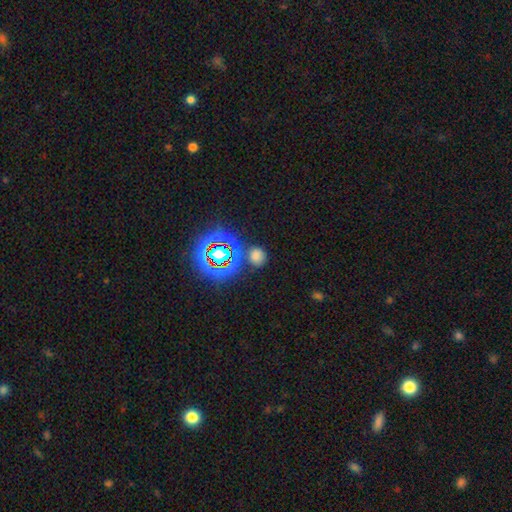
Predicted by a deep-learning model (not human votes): A smooth galaxy with no disk features (62%) that is round (79%).

Vote fractions:
- Smooth or featured? smooth: 62% / star or artifact: 32% / featured or disk: 7%
- How rounded? round: 79% / in between: 20% / cigar-shaped: 1%
- Merging? none: 78% / minor disturbance: 11% / merger: 6% / major disturbance: 5%